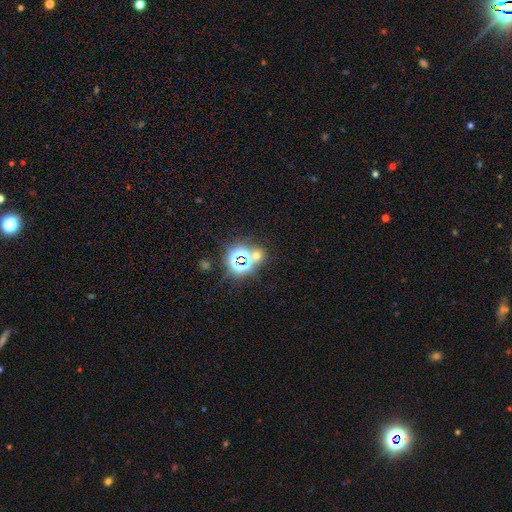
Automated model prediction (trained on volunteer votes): Smooth or featured? star or artifact (58%)